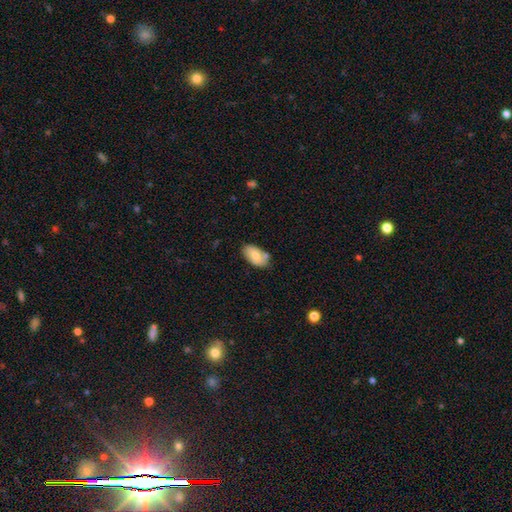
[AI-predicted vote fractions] Q: Smooth or featured?
A: smooth (75%); runner-up: featured or disk (18%)
Q: How rounded?
A: in between (94%); runner-up: round (4%)
Q: Merging?
A: none (68%); runner-up: minor disturbance (20%)